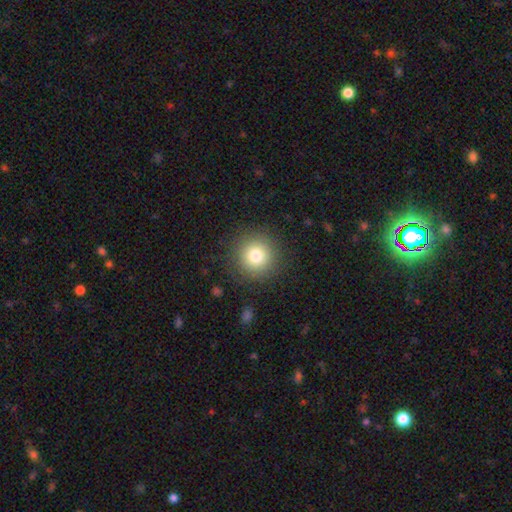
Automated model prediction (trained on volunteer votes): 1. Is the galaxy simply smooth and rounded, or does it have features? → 78% smooth, 12% star or artifact, 10% featured or disk.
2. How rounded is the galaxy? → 95% round, 4% in between, 1% cigar-shaped.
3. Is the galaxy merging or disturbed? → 88% none, 7% minor disturbance, 3% major disturbance, 1% merger.